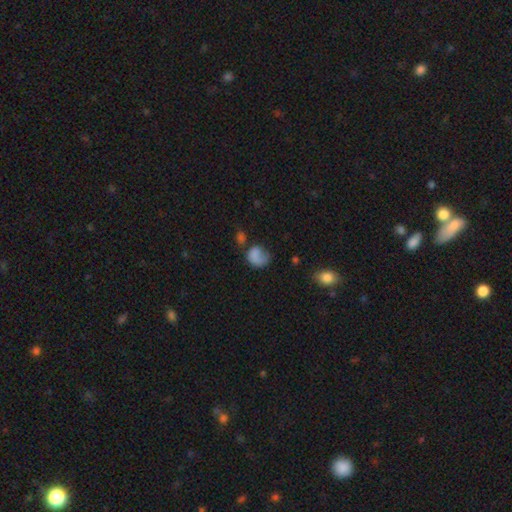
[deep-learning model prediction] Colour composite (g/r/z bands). It shows a smooth galaxy with no disk features (73%) that is round (50%). Merging: none (35%).